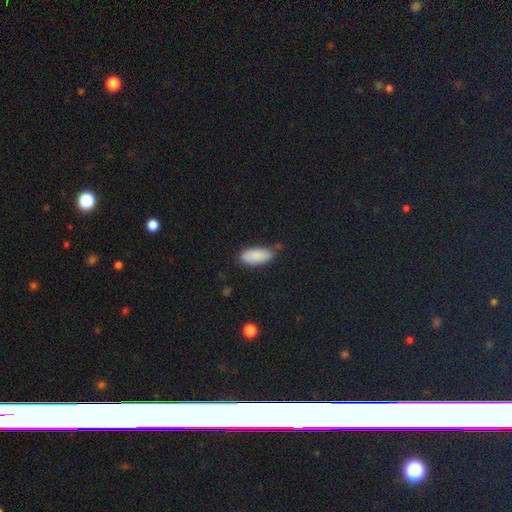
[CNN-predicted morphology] Overall: smooth (87%). How rounded: in between (87%). Merging: none (73%).